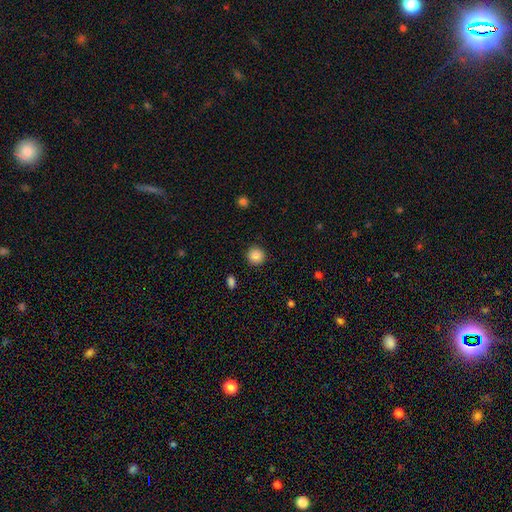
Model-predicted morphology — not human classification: Smooth or featured? smooth (88%)
How rounded? round (93%)
Merging? none (92%)